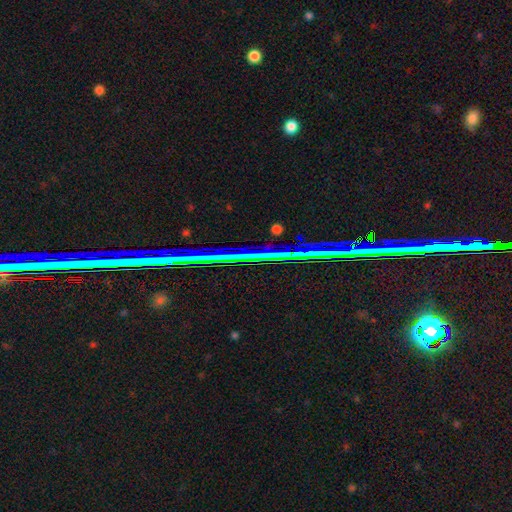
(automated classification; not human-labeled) Smooth or featured: star or artifact — 81% (featured or disk — 11%)